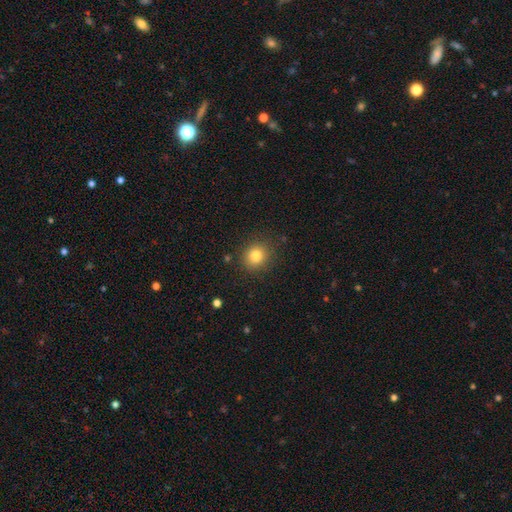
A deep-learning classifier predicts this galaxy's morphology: This appears to be a smooth galaxy with no disk features (81%) that is round (83%). Merging: none (87%).